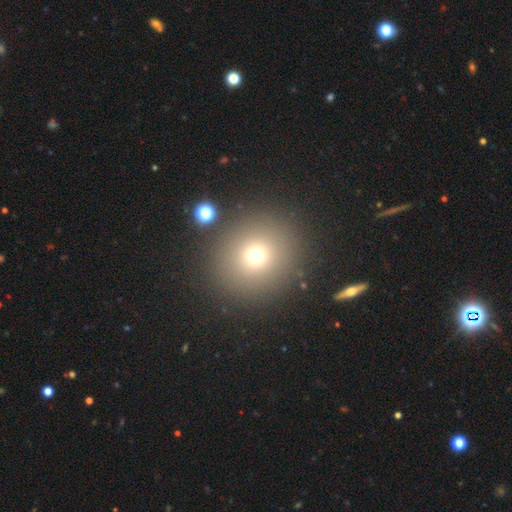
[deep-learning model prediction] smooth-or-featured: smooth: 70% | star or artifact: 19% | featured or disk: 11%
  how-rounded: round: 90% | in between: 9% | cigar-shaped: 1%
  merging: none: 88% | minor disturbance: 6% | major disturbance: 3% | merger: 3%